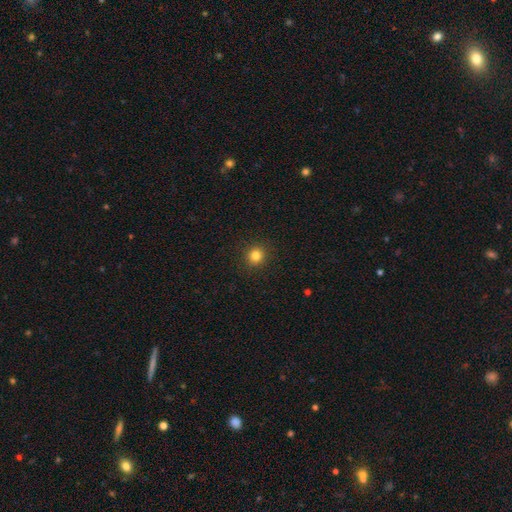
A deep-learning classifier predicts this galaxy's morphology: Overall: smooth (82%). How rounded: round (91%). Merging: none (92%).